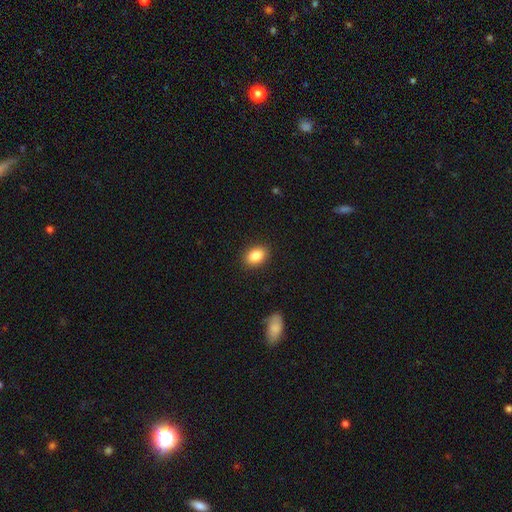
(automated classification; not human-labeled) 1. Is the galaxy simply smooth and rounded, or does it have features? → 86% smooth, 8% star or artifact, 6% featured or disk.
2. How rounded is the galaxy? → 78% in between, 20% round, 1% cigar-shaped.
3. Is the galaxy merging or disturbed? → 89% none, 8% minor disturbance, 2% major disturbance, 1% merger.